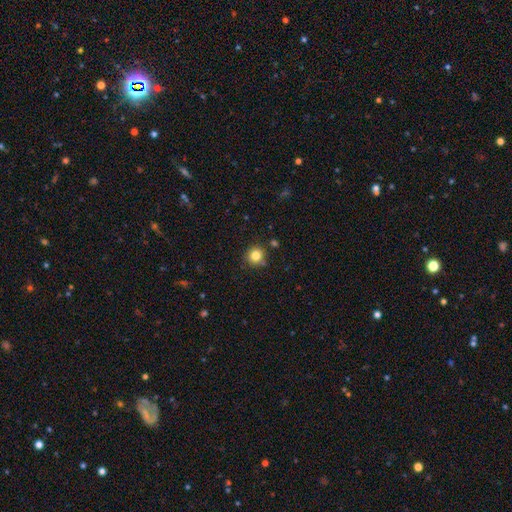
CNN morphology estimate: Smooth or featured? Predicted: smooth (p=0.82). How rounded? Predicted: round (p=0.92). Merging? Predicted: none (p=0.84).